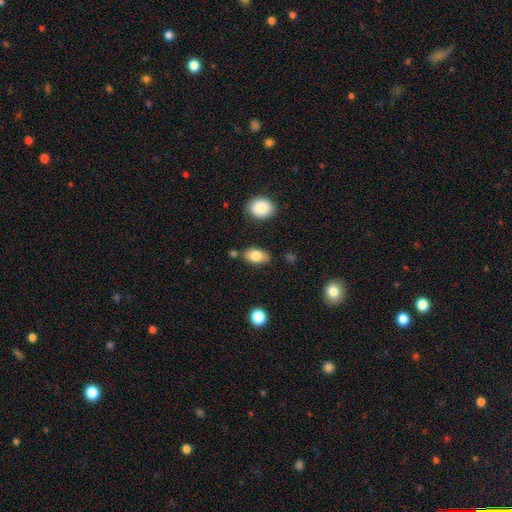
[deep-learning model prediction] The model was most divided on "merging": none: 77%, minor disturbance: 15%, merger: 5%, major disturbance: 3%. More confident: how rounded — in between (91%); smooth or featured — smooth (81%).